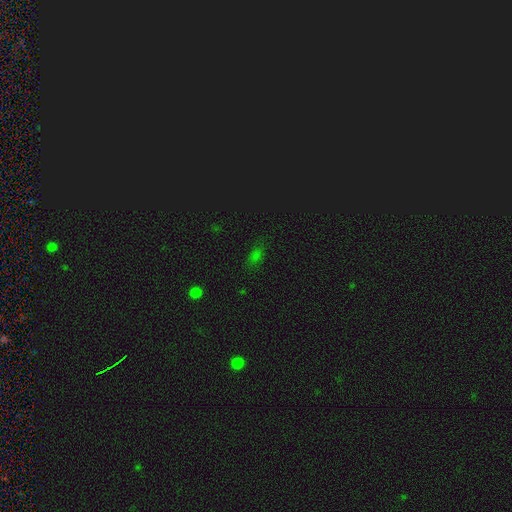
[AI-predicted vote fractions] Q: Smooth or featured?
A: smooth (59%); runner-up: star or artifact (34%)
Q: How rounded?
A: in between (79%); runner-up: round (13%)
Q: Merging?
A: none (79%); runner-up: minor disturbance (14%)